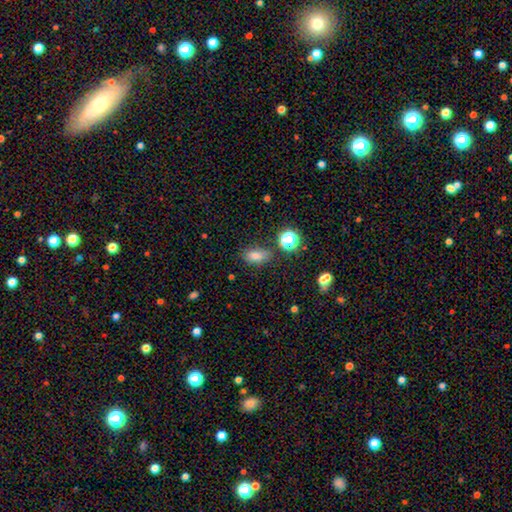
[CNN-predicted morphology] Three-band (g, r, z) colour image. It shows a smooth galaxy with no disk features (71%) that is in between round and cigar-shaped (80%). Merging: none (78%).